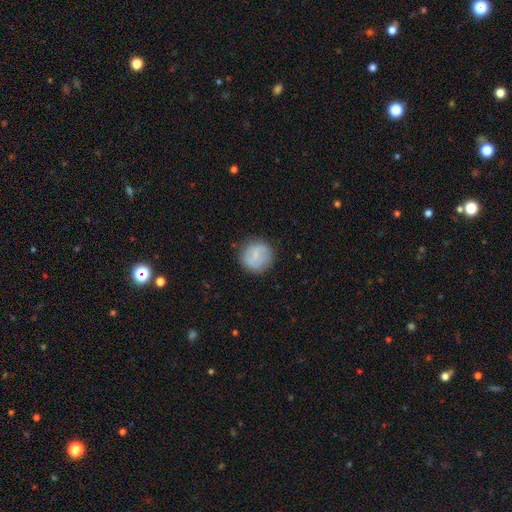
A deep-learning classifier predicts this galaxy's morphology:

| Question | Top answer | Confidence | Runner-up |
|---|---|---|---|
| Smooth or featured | smooth | 62% | featured or disk (30%) |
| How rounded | round | 92% | in between (7%) |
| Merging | none | 82% | minor disturbance (12%) |